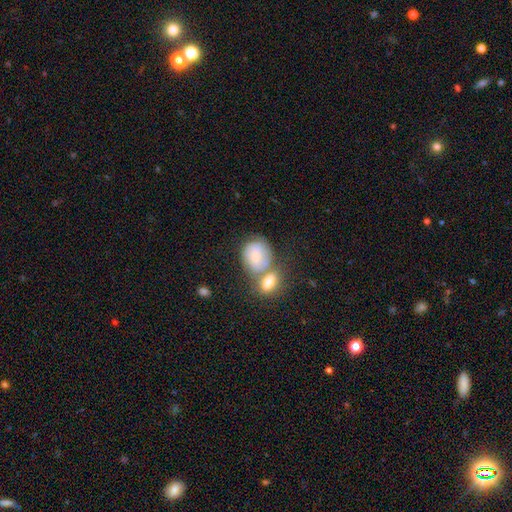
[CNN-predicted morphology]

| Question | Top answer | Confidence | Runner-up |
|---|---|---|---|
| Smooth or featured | smooth | 63% | featured or disk (29%) |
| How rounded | in between | 49% | tied: round (49%) |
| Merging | merger | 43% | none (35%) |